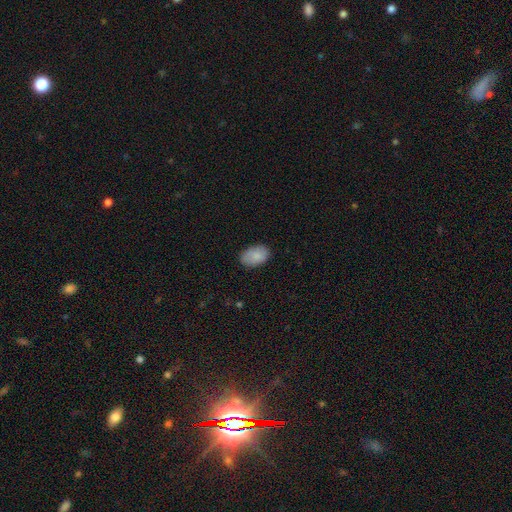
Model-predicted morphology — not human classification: The model was most divided on "merging": none: 82%, minor disturbance: 14%, major disturbance: 3%, merger: 1%. More confident: how rounded — in between (91%); smooth or featured — smooth (86%).